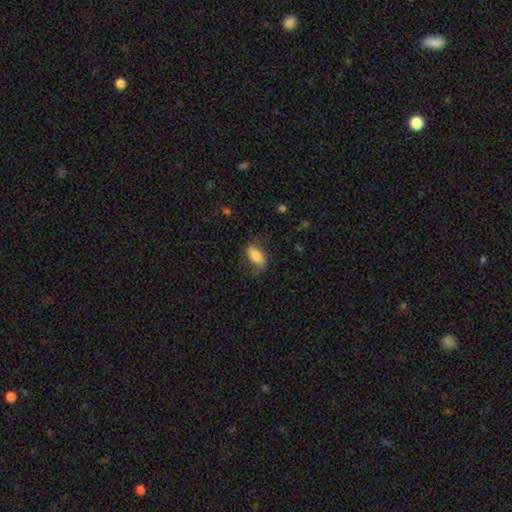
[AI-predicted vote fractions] smooth-or-featured: smooth: 65% | featured or disk: 28% | star or artifact: 8%
  how-rounded: in between: 89% | cigar-shaped: 6% | round: 5%
  merging: none: 64% | minor disturbance: 23% | major disturbance: 12% | merger: 1%